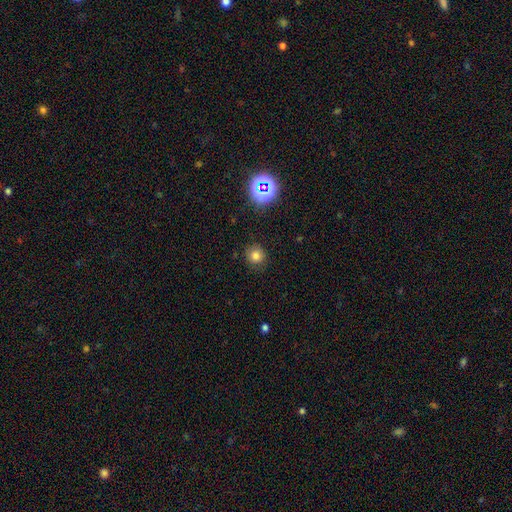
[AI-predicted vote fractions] smooth-or-featured: smooth: 76% | star or artifact: 17% | featured or disk: 7%
  how-rounded: round: 91% | in between: 8% | cigar-shaped: 1%
  merging: none: 87% | minor disturbance: 9% | major disturbance: 3% | merger: 1%